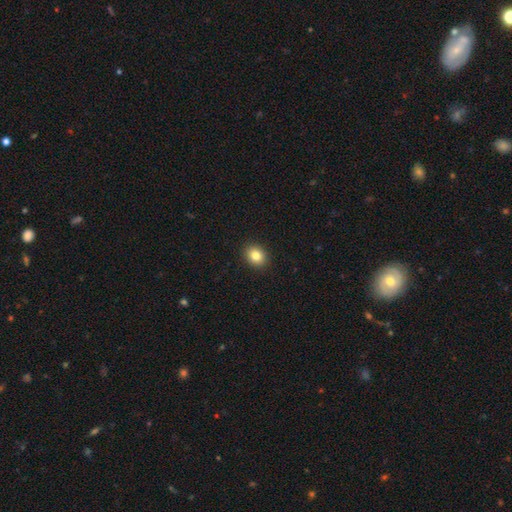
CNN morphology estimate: Smooth or featured? smooth (83%)
How rounded? round (60%)
Merging? none (91%)